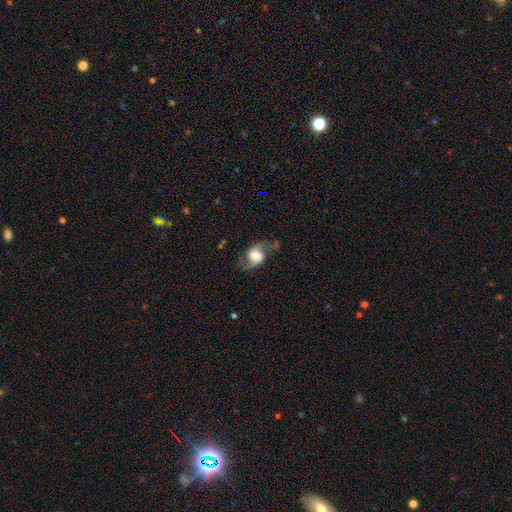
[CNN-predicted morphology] Smooth or featured?
  - featured or disk: 68% *
  - smooth: 25%
  - star or artifact: 8%
Edge-on disk?
  - no: 95% *
  - yes: 5%
Bar?
  - no: 48% *
  - weak: 37%
  - strong: 15%
Spiral arms?
  - yes: 89% *
  - no: 11%
Spiral winding?
  - loose: 59% *
  - medium: 32%
  - tight: 8%
Spiral arm count?
  - 2: 90% *
  - 1: 4%
  - can't tell: 3%
  - 3: 1%
  - 4: 1%
  - more than 4: 1%
Bulge size?
  - moderate: 36% *
  - large: 34%
  - small: 16%
  - dominant: 10%
  - none: 4%
Merging?
  - none: 63% *
  - minor disturbance: 20%
  - major disturbance: 14%
  - merger: 3%